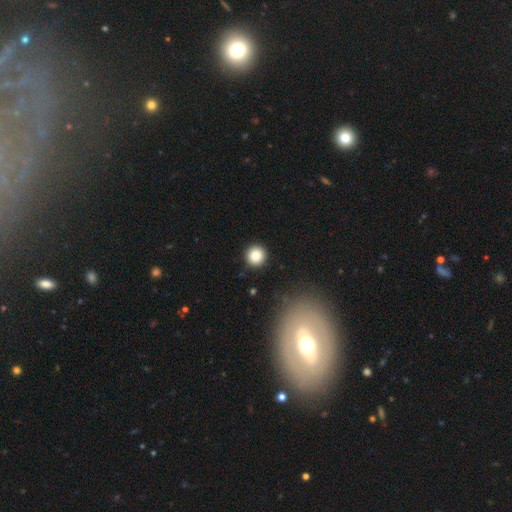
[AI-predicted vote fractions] Smooth or featured: smooth — 85% (star or artifact — 10%)
How rounded: round — 95% (in between — 4%)
Merging: none — 93% (minor disturbance — 5%)